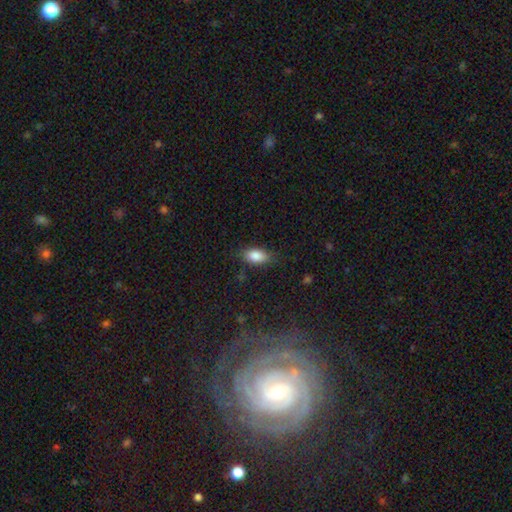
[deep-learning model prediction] smooth_or_featured: smooth (p=0.85) [alt: star or artifact p=0.08]
how_rounded: in between (p=0.88) [alt: cigar-shaped p=0.07]
merging: none (p=0.79) [alt: minor disturbance p=0.16]